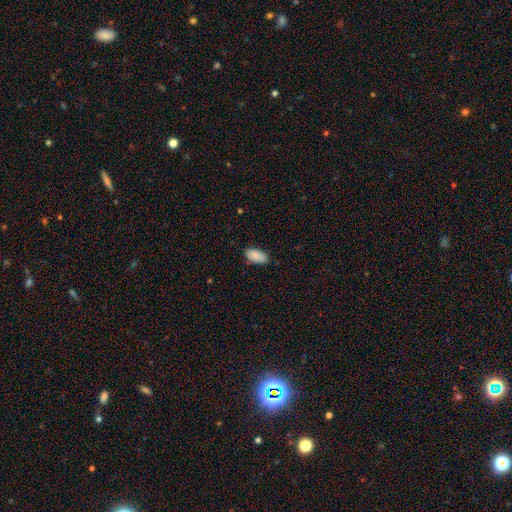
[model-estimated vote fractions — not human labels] smooth-or-featured: smooth: 89% | star or artifact: 6% | featured or disk: 5%
  how-rounded: in between: 94% | cigar-shaped: 4% | round: 2%
  merging: none: 84% | minor disturbance: 13% | major disturbance: 2% | merger: 1%